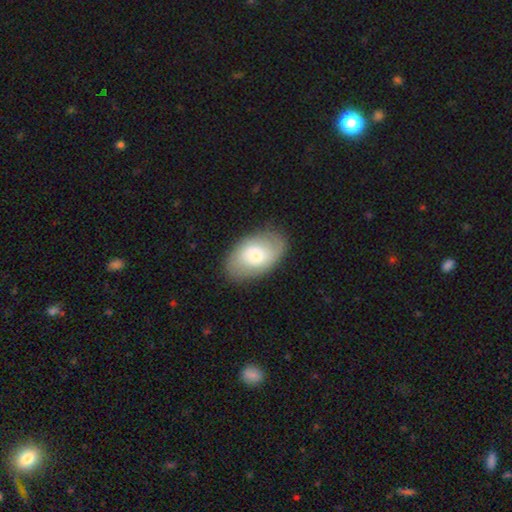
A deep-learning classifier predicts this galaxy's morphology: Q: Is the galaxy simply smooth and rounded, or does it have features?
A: smooth — 56%.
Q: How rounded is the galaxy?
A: in between — 89%.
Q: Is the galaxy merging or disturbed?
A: none — 79%.